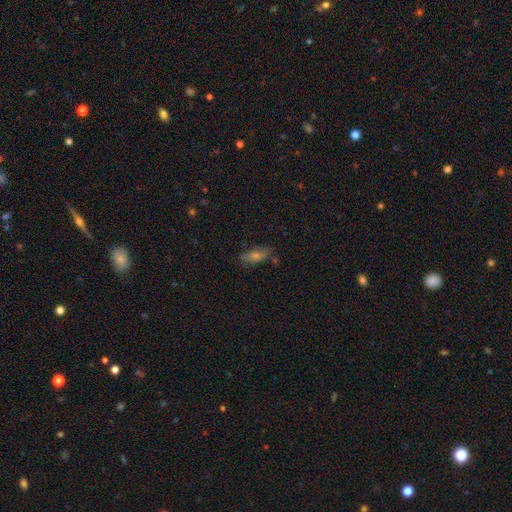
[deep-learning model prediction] Morphology: type=smooth (53%); roundness=in between (65%); merging=none (75%).